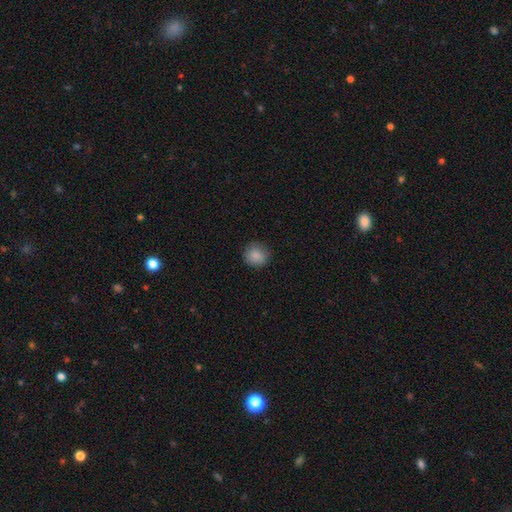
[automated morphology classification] A smooth galaxy with no disk features (87%) that is round (89%).

Vote fractions:
- Smooth or featured? smooth: 87% / star or artifact: 9% / featured or disk: 4%
- How rounded? round: 89% / in between: 10% / cigar-shaped: 1%
- Merging? none: 86% / minor disturbance: 10% / major disturbance: 3% / merger: 1%